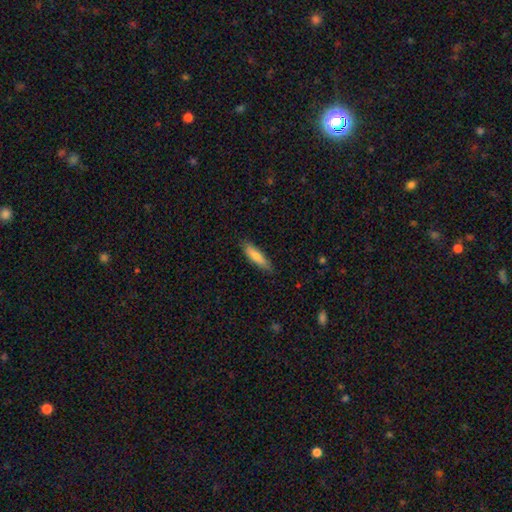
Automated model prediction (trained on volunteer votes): Q: Smooth or featured?
A: smooth (72%); runner-up: featured or disk (22%)
Q: How rounded?
A: cigar-shaped (69%); runner-up: in between (29%)
Q: Merging?
A: none (85%); runner-up: minor disturbance (12%)